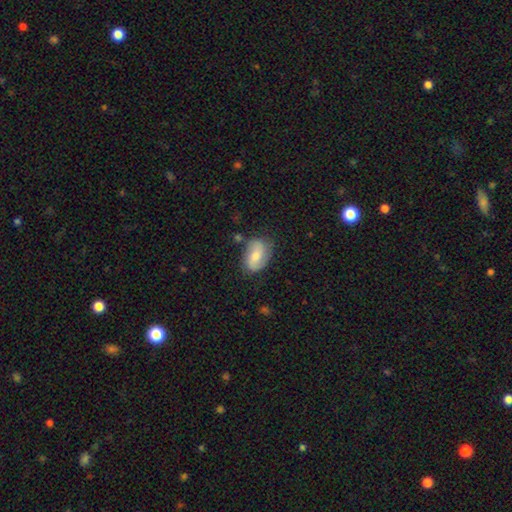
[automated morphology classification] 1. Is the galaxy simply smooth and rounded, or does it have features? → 47% featured or disk, 45% smooth, 7% star or artifact.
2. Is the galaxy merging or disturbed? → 66% none, 23% minor disturbance, 7% major disturbance, 4% merger.